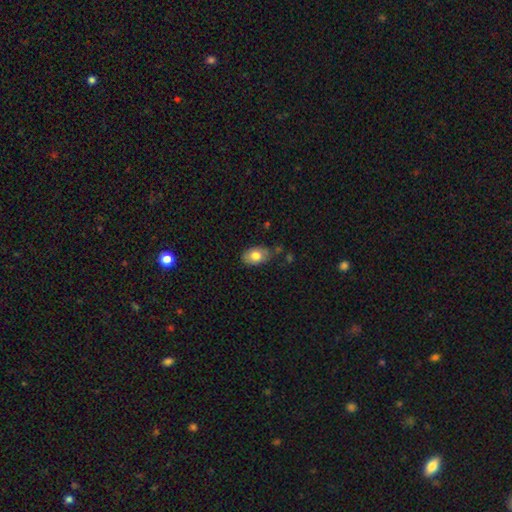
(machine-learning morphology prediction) Q: Smooth or featured?
A: smooth (77%); runner-up: featured or disk (15%)
Q: How rounded?
A: in between (85%); runner-up: round (14%)
Q: Merging?
A: none (72%); runner-up: minor disturbance (20%)